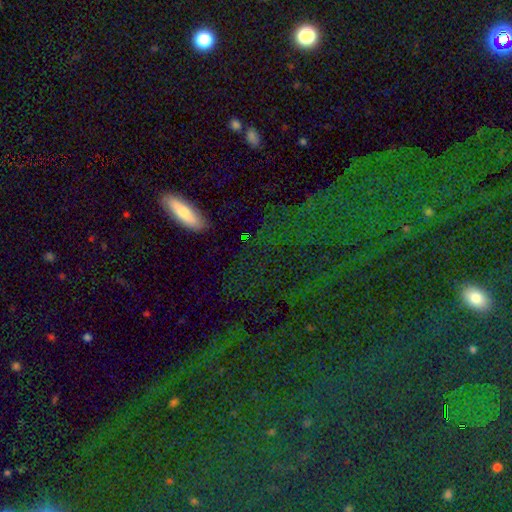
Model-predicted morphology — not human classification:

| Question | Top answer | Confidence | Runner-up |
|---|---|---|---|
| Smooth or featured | smooth | 41% | star or artifact (37%) |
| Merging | none | 80% | minor disturbance (11%) |